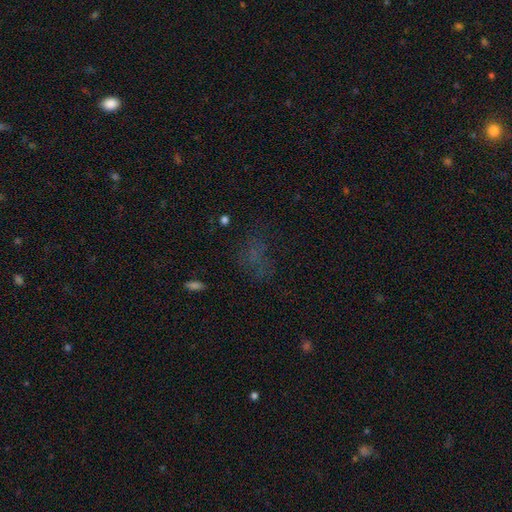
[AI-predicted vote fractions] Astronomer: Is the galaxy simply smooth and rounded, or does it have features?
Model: smooth — 44% (runner-up: star or artifact, 37%).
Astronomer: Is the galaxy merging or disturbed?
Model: none — 56%.